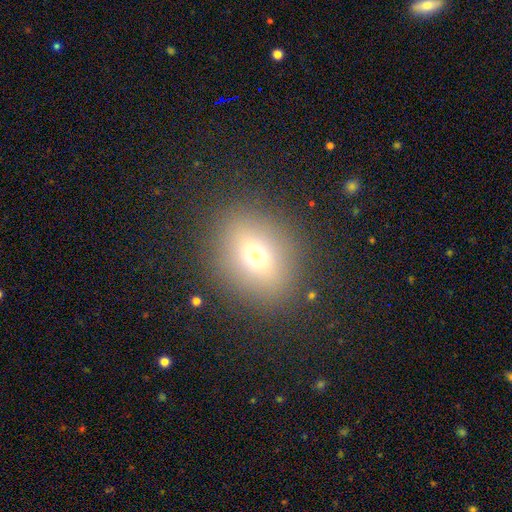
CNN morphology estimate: Smooth or featured? smooth (69%)
How rounded? round (54%)
Merging? none (86%)